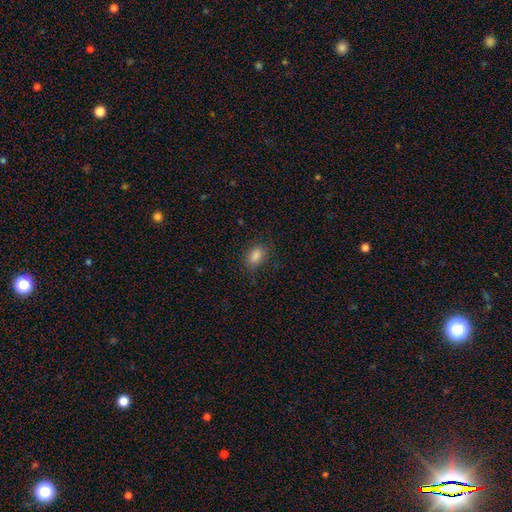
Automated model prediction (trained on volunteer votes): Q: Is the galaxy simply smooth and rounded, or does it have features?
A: smooth — 85%.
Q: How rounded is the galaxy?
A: in between — 82%.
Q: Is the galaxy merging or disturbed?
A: none — 81%.